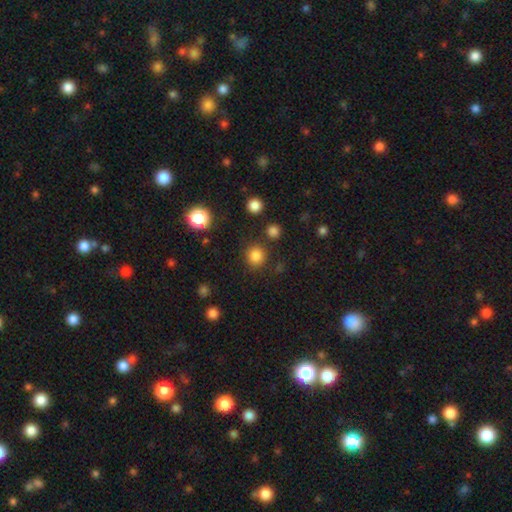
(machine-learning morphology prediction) The model was most divided on "smooth or featured": smooth: 83%, star or artifact: 13%, featured or disk: 4%. More confident: how rounded — round (92%); merging — none (86%).